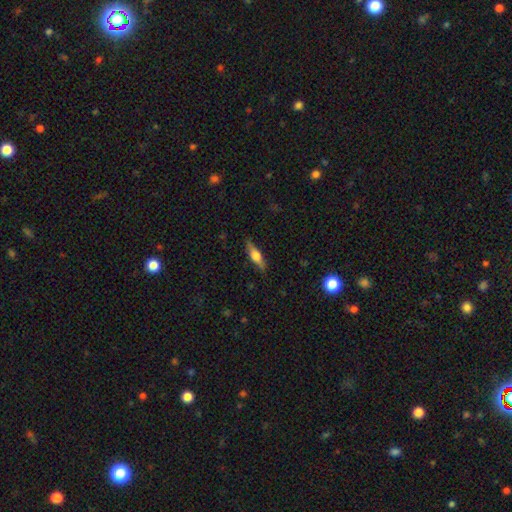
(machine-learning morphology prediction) This is possibly a featured or disk galaxy (49%). Merging: clearly none (83%).